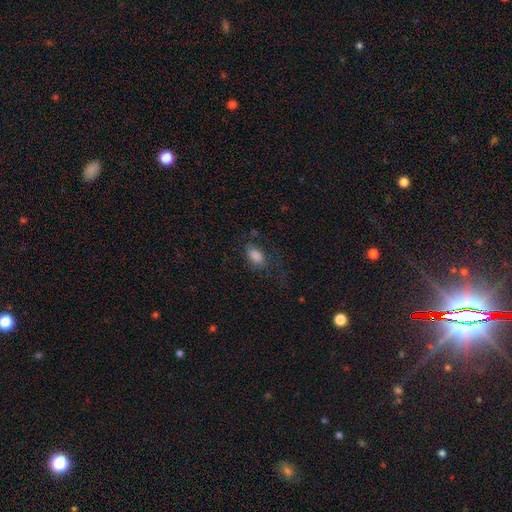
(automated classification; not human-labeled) smooth 80%, featured or disk 10%, star or artifact 10%. Down the decision tree: how rounded — in between (90%); merging — none (60%).